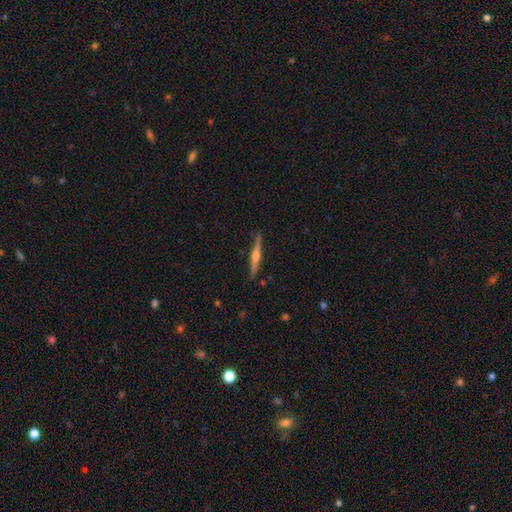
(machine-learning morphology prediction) This is likely a featured or disk galaxy (74%). It is clearly viewed edge-on (98%). Edge-on bulge: clearly rounded (84%). Merging: clearly none (91%).